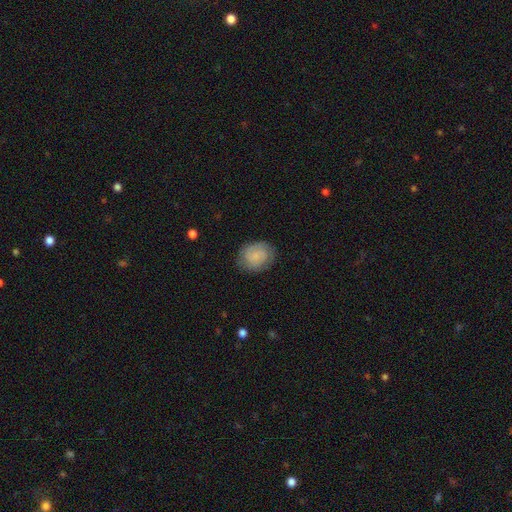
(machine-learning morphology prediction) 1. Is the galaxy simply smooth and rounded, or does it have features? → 58% smooth, 34% featured or disk, 8% star or artifact.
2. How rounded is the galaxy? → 53% round, 46% in between, 1% cigar-shaped.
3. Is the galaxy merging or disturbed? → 80% none, 14% minor disturbance, 4% major disturbance, 1% merger.